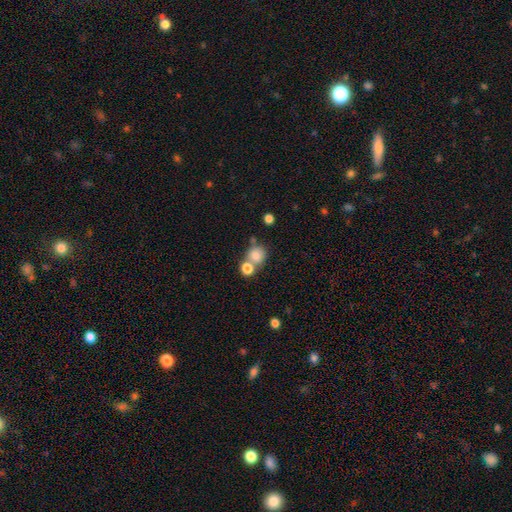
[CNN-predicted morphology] A smooth galaxy with no disk features (79%) that is round (80%).

Vote fractions:
- Smooth or featured? smooth: 79% / star or artifact: 12% / featured or disk: 9%
- How rounded? round: 80% / in between: 19% / cigar-shaped: 1%
- Merging? none: 50% / merger: 37% / minor disturbance: 9% / major disturbance: 4%